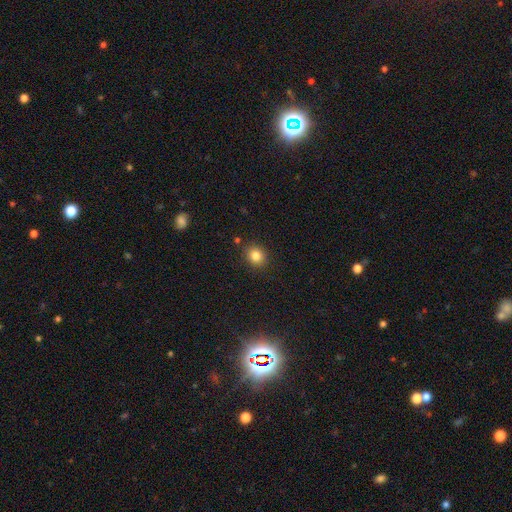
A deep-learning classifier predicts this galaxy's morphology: smooth_or_featured: smooth (p=0.83) [alt: star or artifact p=0.11]
how_rounded: round (p=0.74) [alt: in between p=0.25]
merging: none (p=0.87) [alt: minor disturbance p=0.08]